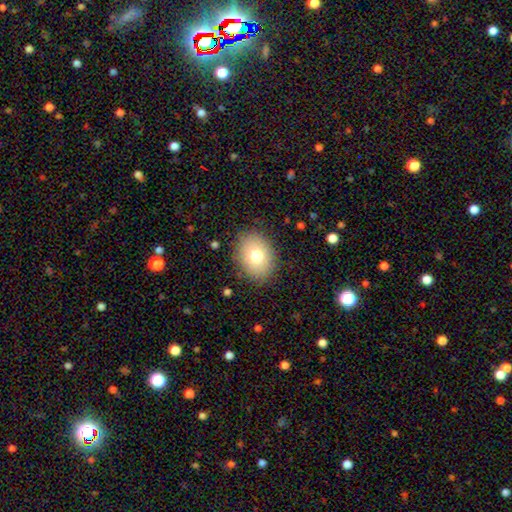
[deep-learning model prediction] Smooth or featured? Predicted: smooth (p=0.75). How rounded? Predicted: in between (p=0.61). Merging? Predicted: none (p=0.85).